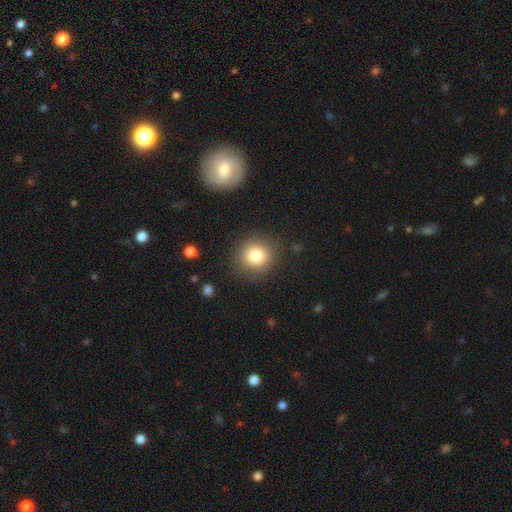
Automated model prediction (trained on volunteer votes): Q: Smooth or featured?
A: smooth (81%); runner-up: star or artifact (11%)
Q: How rounded?
A: round (88%); runner-up: in between (11%)
Q: Merging?
A: none (87%); runner-up: minor disturbance (8%)